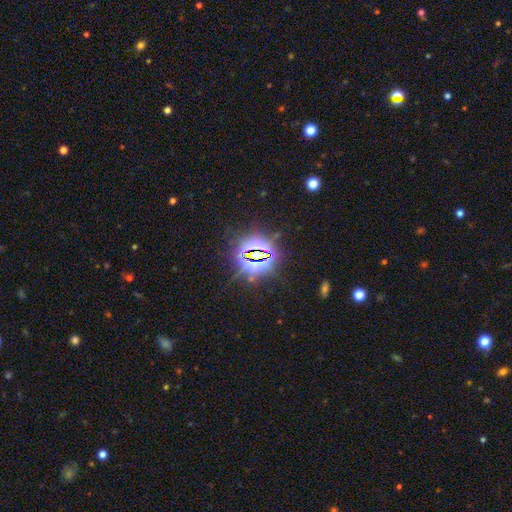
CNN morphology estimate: Smooth or featured?
  - star or artifact: 82% *
  - smooth: 10%
  - featured or disk: 8%